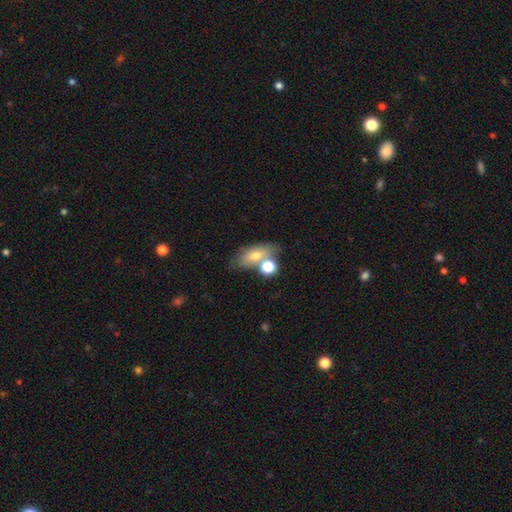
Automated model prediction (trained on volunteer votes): smooth-or-featured: smooth: 66% | featured or disk: 24% | star or artifact: 10%
  how-rounded: in between: 76% | round: 15% | cigar-shaped: 8%
  merging: none: 46% | merger: 32% | minor disturbance: 15% | major disturbance: 7%